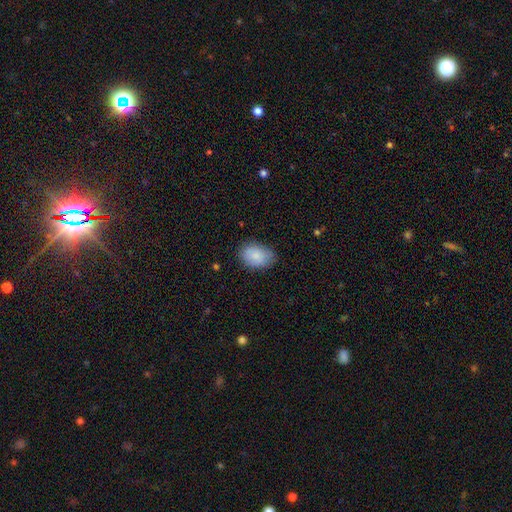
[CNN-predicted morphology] Smooth or featured: smooth — 87% (featured or disk — 7%)
How rounded: in between — 86% (round — 13%)
Merging: none — 77% (minor disturbance — 19%)